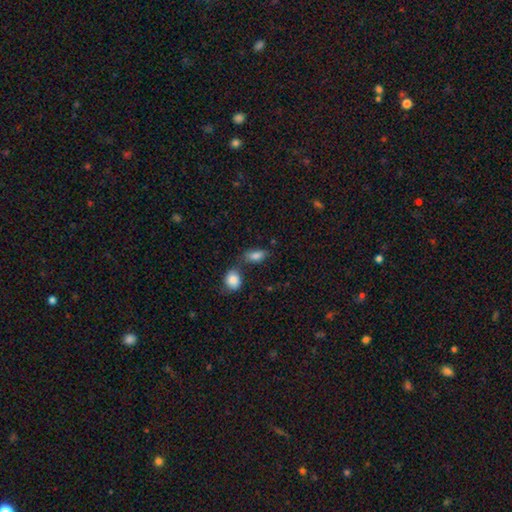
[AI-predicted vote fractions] Smooth or featured: smooth — 81% (featured or disk — 10%)
How rounded: in between — 85% (cigar-shaped — 9%)
Merging: none — 55% (merger — 23%)